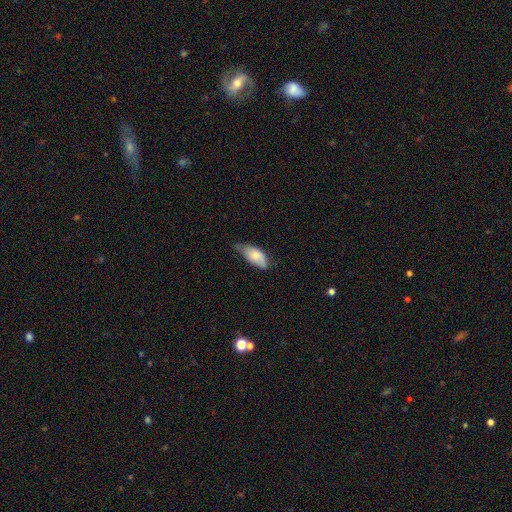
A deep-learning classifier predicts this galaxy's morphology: type=smooth (73%); roundness=in between (90%); merging=none (45%).